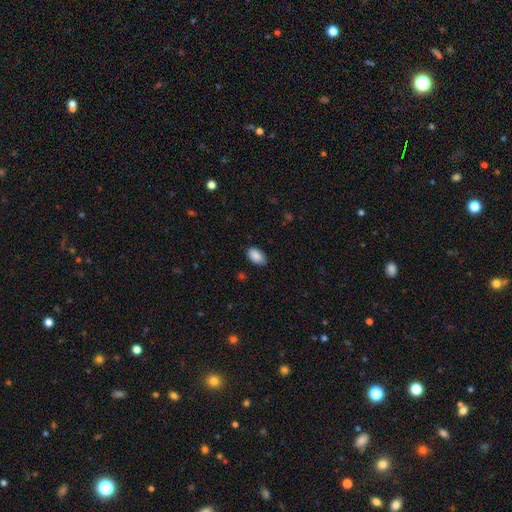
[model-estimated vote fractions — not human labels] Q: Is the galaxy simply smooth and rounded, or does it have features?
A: smooth — 89%.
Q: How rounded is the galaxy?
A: in between — 93%.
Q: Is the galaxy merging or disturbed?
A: none — 81%.